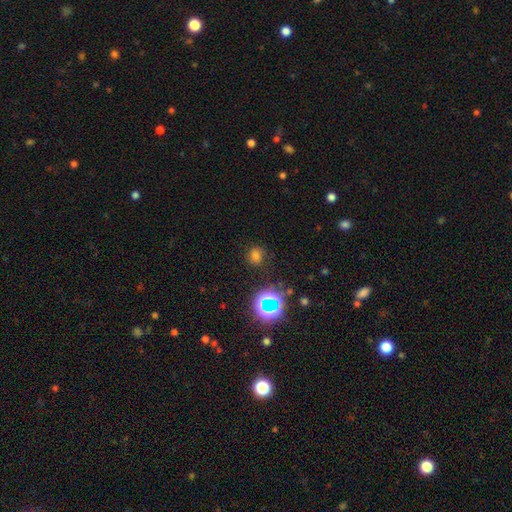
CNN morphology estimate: type=smooth (66%); roundness=round (68%); merging=none (79%).